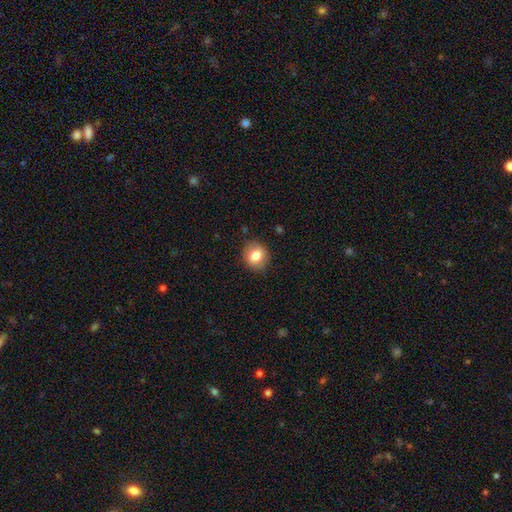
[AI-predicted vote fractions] Smooth or featured? smooth (82%)
How rounded? round (71%)
Merging? none (85%)